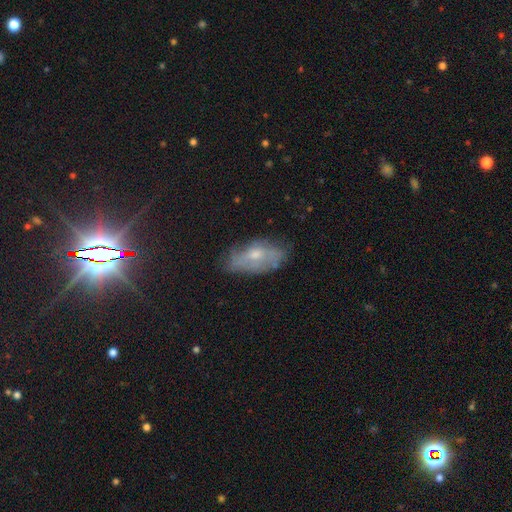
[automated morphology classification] Smooth or featured? featured or disk (47%)
Merging? none (57%)